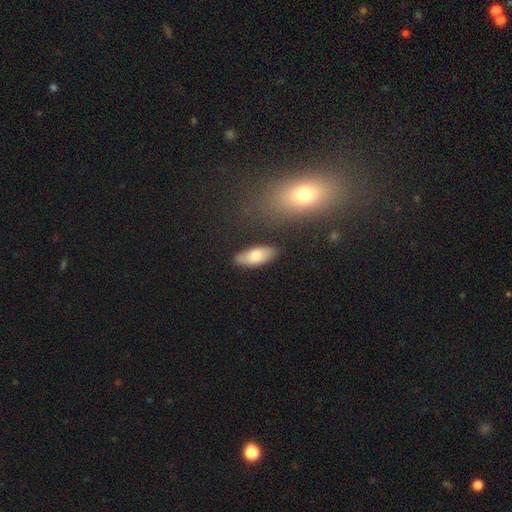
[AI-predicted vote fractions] A smooth galaxy with no disk features (76%) that is in between round and cigar-shaped (84%).

Vote fractions:
- Smooth or featured? smooth: 76% / featured or disk: 18% / star or artifact: 6%
- How rounded? in between: 84% / cigar-shaped: 13% / round: 3%
- Merging? none: 79% / minor disturbance: 15% / merger: 3% / major disturbance: 3%